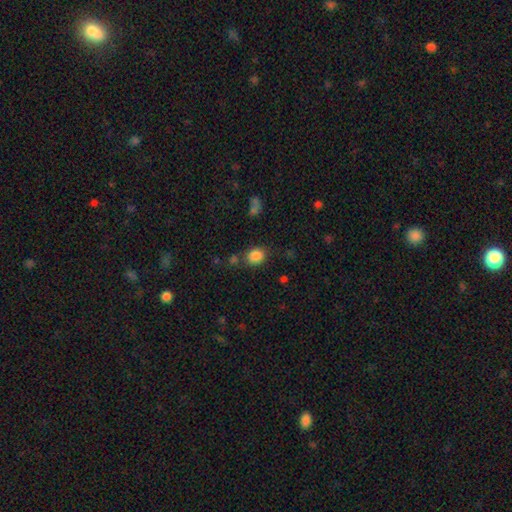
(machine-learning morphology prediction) smooth_or_featured: smooth (p=0.85) [alt: star or artifact p=0.10]
how_rounded: round (p=0.62) [alt: in between p=0.37]
merging: none (p=0.75) [alt: minor disturbance p=0.13]